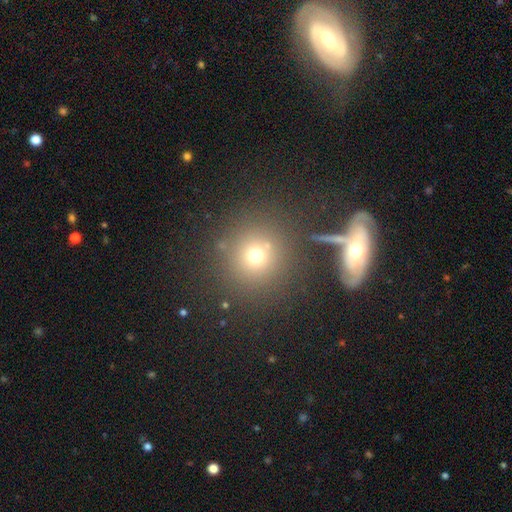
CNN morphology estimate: This appears to be a smooth galaxy with no disk features (69%) that is round (92%). Merging: none (78%).